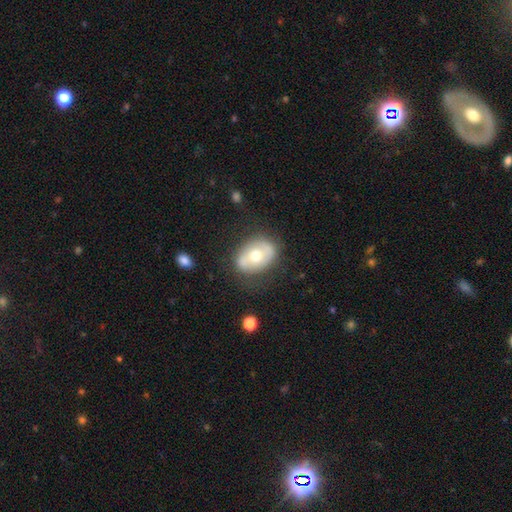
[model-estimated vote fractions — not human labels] smooth 48%, featured or disk 46%, star or artifact 7%. Down the decision tree: merging — none (74%).